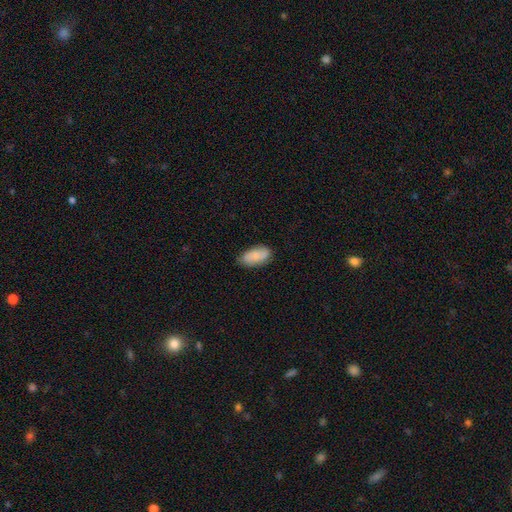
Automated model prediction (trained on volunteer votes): smooth 76%, featured or disk 17%, star or artifact 7%. Down the decision tree: how rounded — in between (92%); merging — none (76%).